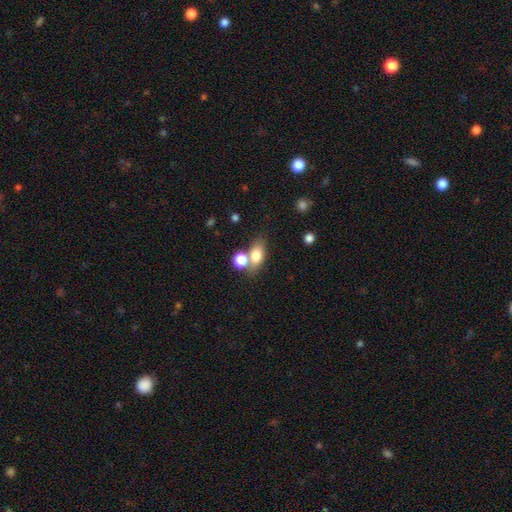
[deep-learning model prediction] This is likely a smooth galaxy (75%). How rounded: likely in between (73%). Merging: possibly none (53%).